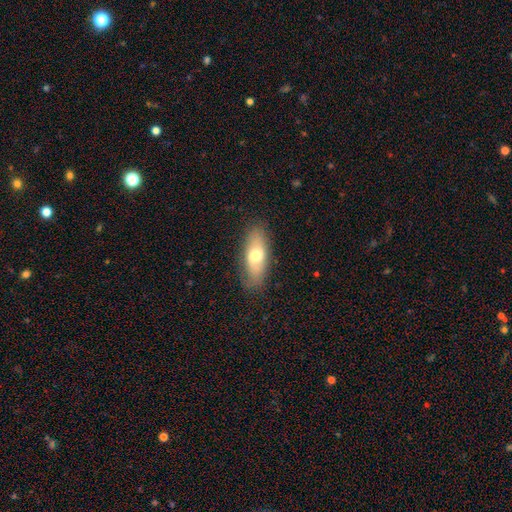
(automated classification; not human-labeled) smooth 65%, featured or disk 29%, star or artifact 6%. Down the decision tree: how rounded — in between (75%); merging — none (83%).